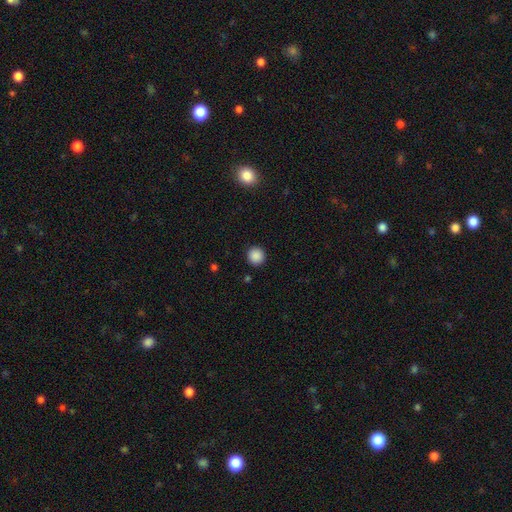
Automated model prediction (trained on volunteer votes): The model was most divided on "smooth or featured": smooth: 87%, star or artifact: 10%, featured or disk: 3%. More confident: how rounded — round (95%); merging — none (92%).